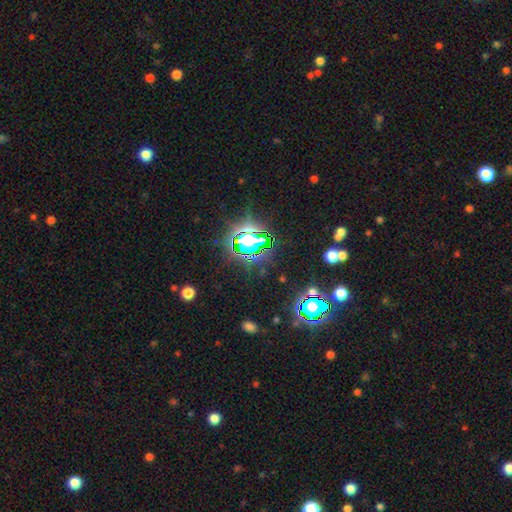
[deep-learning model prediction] A star or artifact, not a galaxy (82%).

Vote fractions:
- Smooth or featured? star or artifact: 82% / smooth: 11% / featured or disk: 7%